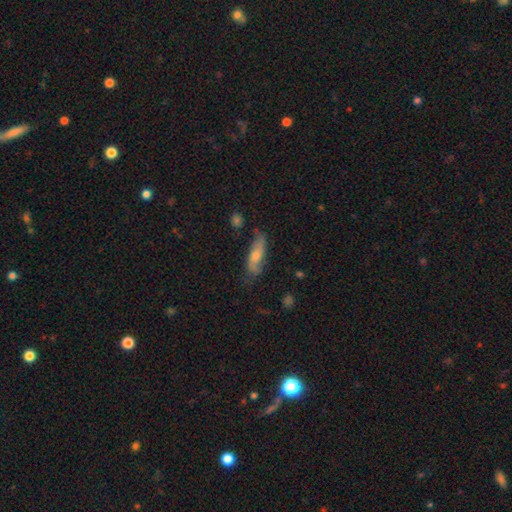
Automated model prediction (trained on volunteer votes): A smooth galaxy with no disk features (48%).

Vote fractions:
- Smooth or featured? smooth: 48% / featured or disk: 45% / star or artifact: 8%
- Merging? none: 68% / minor disturbance: 23% / major disturbance: 7% / merger: 3%